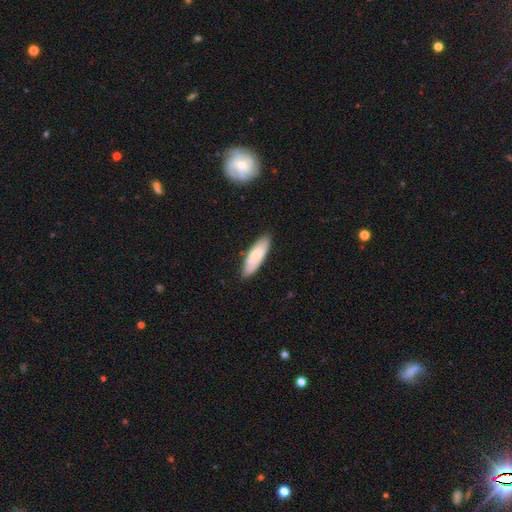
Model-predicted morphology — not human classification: This appears to be a smooth galaxy with no disk features (64%) that is in between round and cigar-shaped (59%). Merging: none (79%).